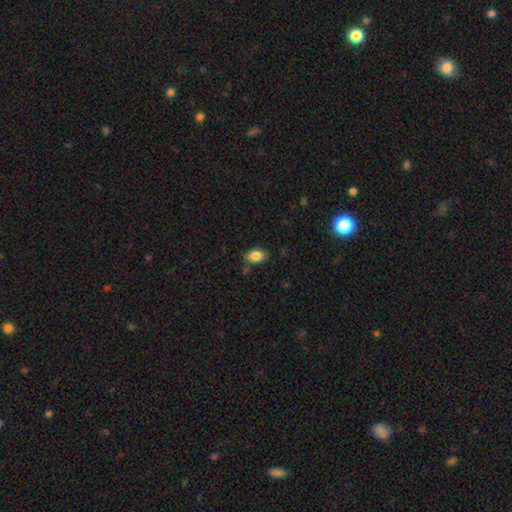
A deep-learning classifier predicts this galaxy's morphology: Smooth or featured? Predicted: smooth (p=0.84). How rounded? Predicted: in between (p=0.87). Merging? Predicted: none (p=0.75).